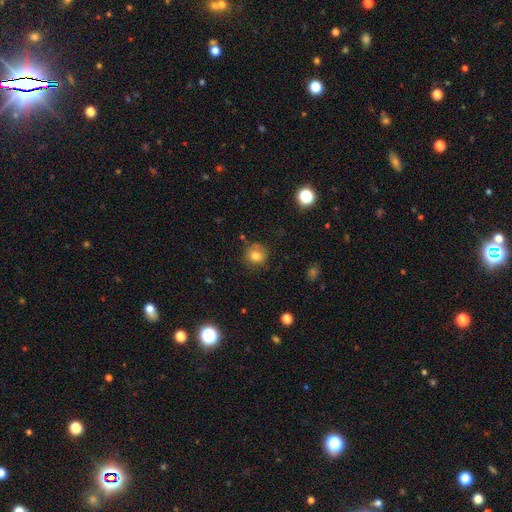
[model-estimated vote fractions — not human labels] Morphology: type=smooth (79%); roundness=round (86%); merging=none (77%).